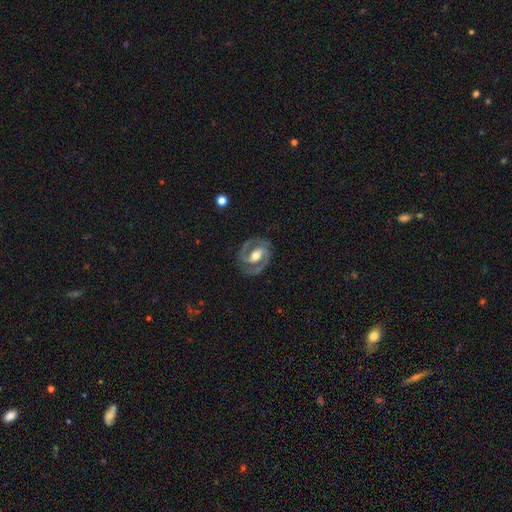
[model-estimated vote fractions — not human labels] Smooth or featured? Predicted: featured or disk (p=0.89). Edge-on disk? Predicted: no (p=0.97). Bar? Predicted: strong (p=0.41). Spiral arms? Predicted: yes (p=0.96). Spiral winding? Predicted: medium (p=0.51). Spiral arm count? Predicted: 2 (p=0.92). Bulge size? Predicted: moderate (p=0.70). Merging? Predicted: none (p=0.82).